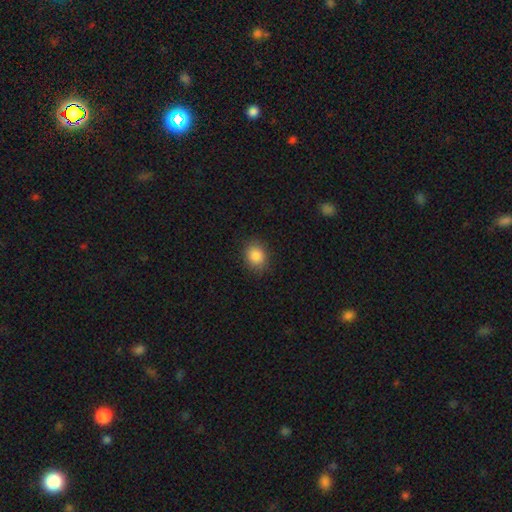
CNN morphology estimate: This is clearly a smooth galaxy (87%). How rounded: possibly round (54%). Merging: clearly none (87%).